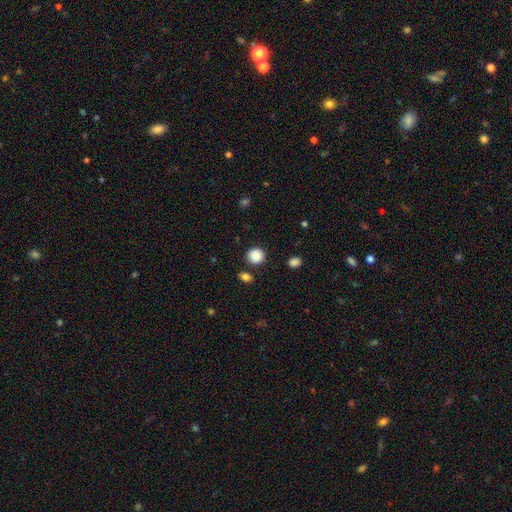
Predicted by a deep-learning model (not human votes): Q: Smooth or featured?
A: smooth (88%); runner-up: star or artifact (9%)
Q: How rounded?
A: round (91%); runner-up: in between (8%)
Q: Merging?
A: none (86%); runner-up: minor disturbance (7%)